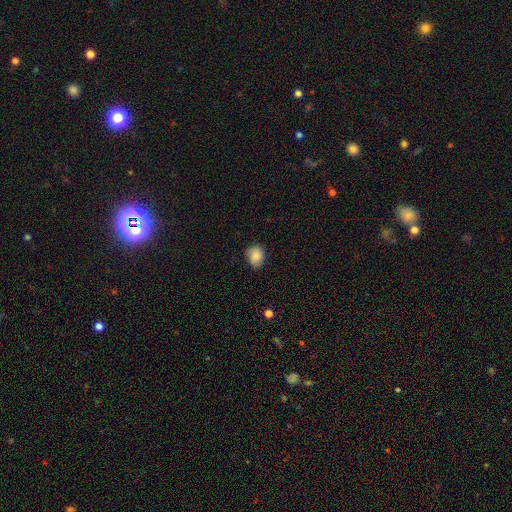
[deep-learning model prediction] smooth-or-featured: smooth: 83% | featured or disk: 9% | star or artifact: 8%
  how-rounded: in between: 51% | round: 48% | cigar-shaped: 1%
  merging: none: 71% | minor disturbance: 24% | major disturbance: 4% | merger: 1%